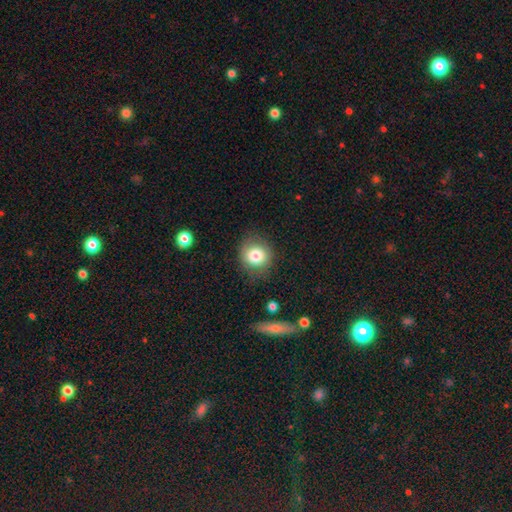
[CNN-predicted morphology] Smooth or featured? smooth (78%)
How rounded? round (86%)
Merging? none (79%)